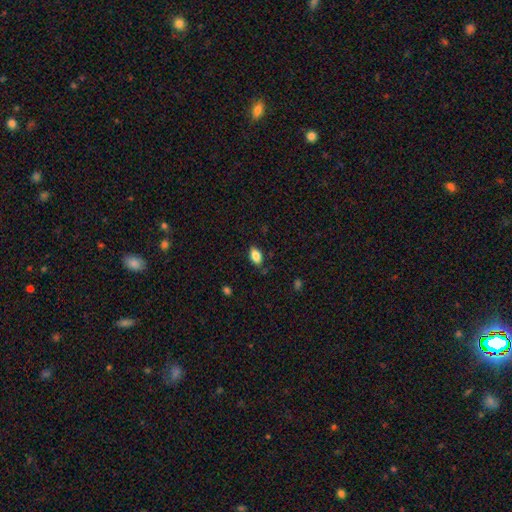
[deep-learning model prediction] Smooth or featured? smooth (85%)
How rounded? in between (92%)
Merging? none (81%)